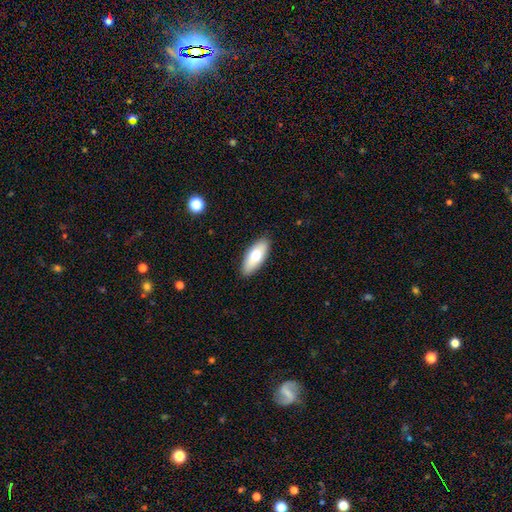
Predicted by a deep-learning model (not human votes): Smooth or featured? smooth (73%)
How rounded? in between (81%)
Merging? none (89%)